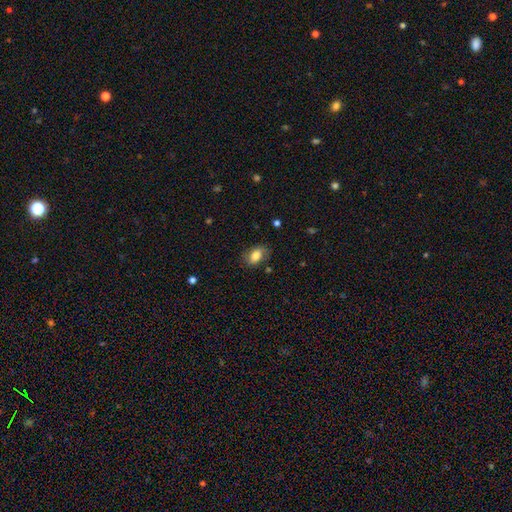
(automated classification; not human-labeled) Smooth or featured: smooth — 77% (featured or disk — 15%)
How rounded: in between — 85% (round — 14%)
Merging: none — 77% (minor disturbance — 17%)